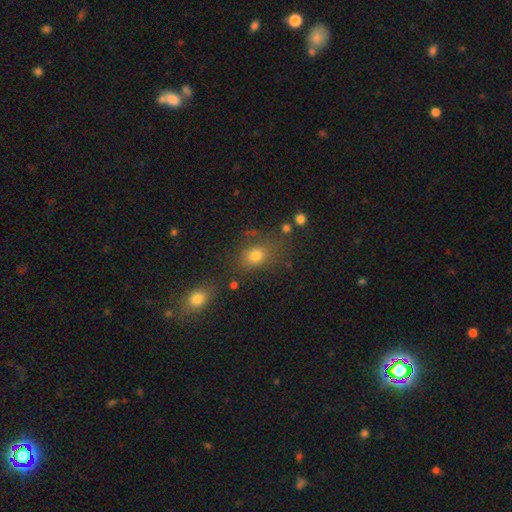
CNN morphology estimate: Smooth or featured: smooth — 75% (star or artifact — 15%)
How rounded: in between — 63% (round — 35%)
Merging: none — 67% (minor disturbance — 15%)